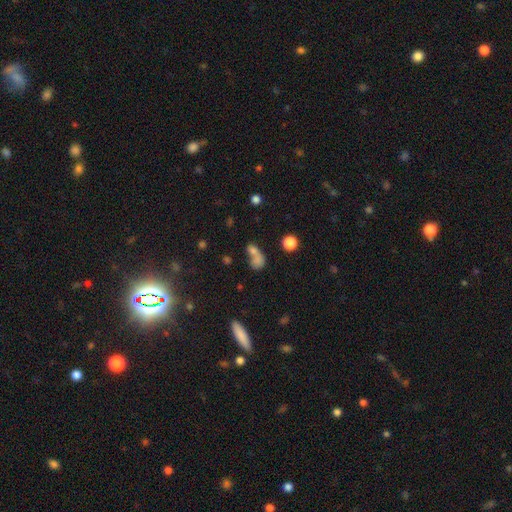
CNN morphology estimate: Q: Smooth or featured?
A: smooth (71%); runner-up: star or artifact (16%)
Q: How rounded?
A: in between (55%); runner-up: round (40%)
Q: Merging?
A: merger (53%); runner-up: none (30%)